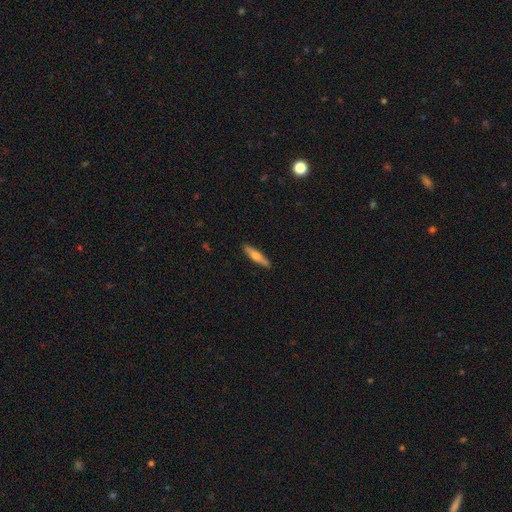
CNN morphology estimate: smooth 62%, featured or disk 32%, star or artifact 6%. Down the decision tree: how rounded — cigar-shaped (81%); merging — none (89%).